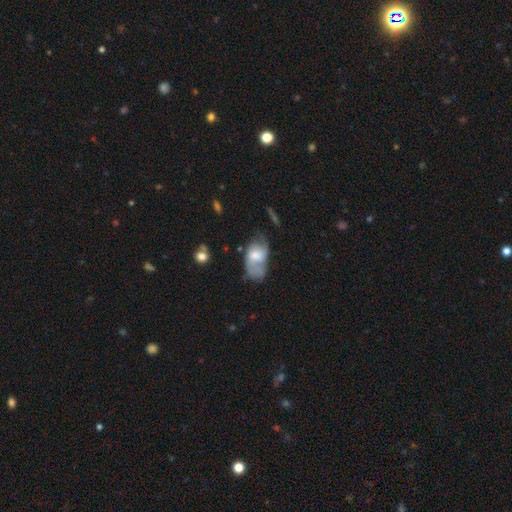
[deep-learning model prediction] smooth 47%, featured or disk 45%, star or artifact 8%. Down the decision tree: merging — none (31%).